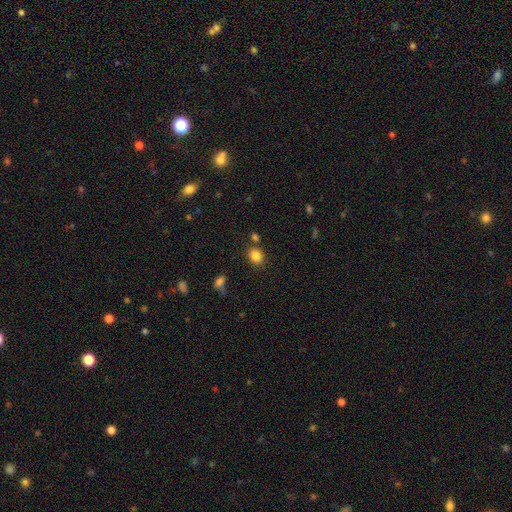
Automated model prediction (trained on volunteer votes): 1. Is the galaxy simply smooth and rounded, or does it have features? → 84% smooth, 11% star or artifact, 5% featured or disk.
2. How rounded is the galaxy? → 53% round, 46% in between, 1% cigar-shaped.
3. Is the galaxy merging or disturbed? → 76% none, 12% minor disturbance, 9% merger, 4% major disturbance.